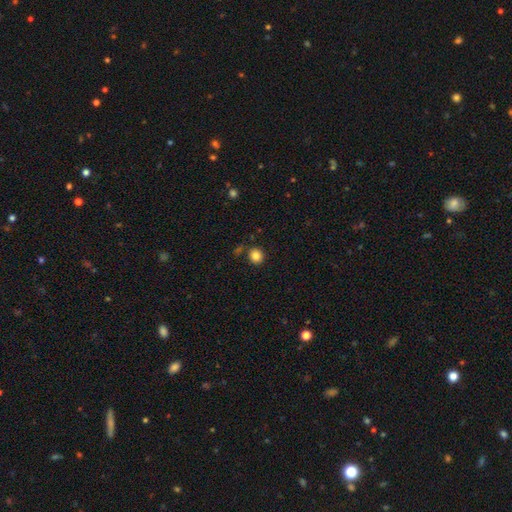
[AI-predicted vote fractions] A smooth galaxy with no disk features (84%) that is round (88%). Merging: none (86%).